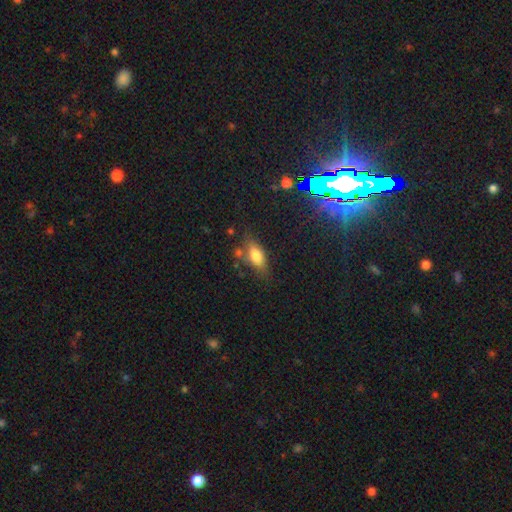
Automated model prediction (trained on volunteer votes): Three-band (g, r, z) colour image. It shows a smooth galaxy with no disk features (73%) that is in between round and cigar-shaped (79%). Merging: none (65%).